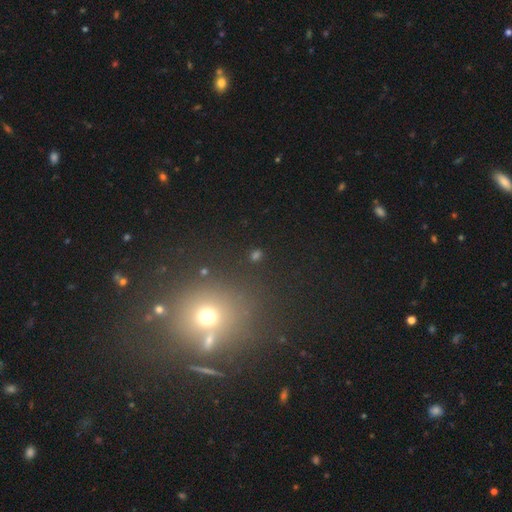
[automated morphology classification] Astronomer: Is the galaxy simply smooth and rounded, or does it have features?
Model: smooth — 54% (runner-up: star or artifact, 36%).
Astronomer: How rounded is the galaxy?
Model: round — 80%.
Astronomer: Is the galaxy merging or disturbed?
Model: none — 79%.